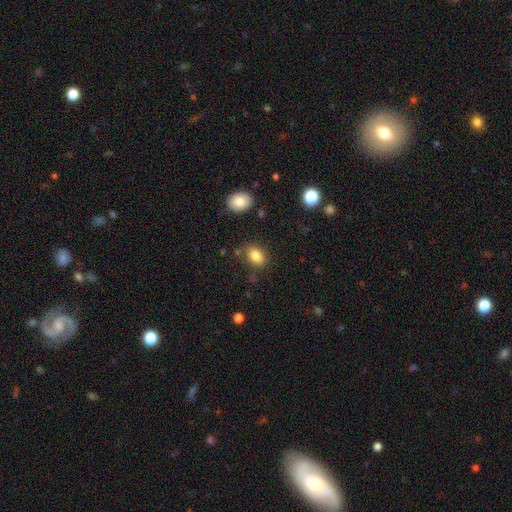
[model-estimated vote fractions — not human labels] Overall: smooth (85%). How rounded: in between (75%). Merging: none (80%).